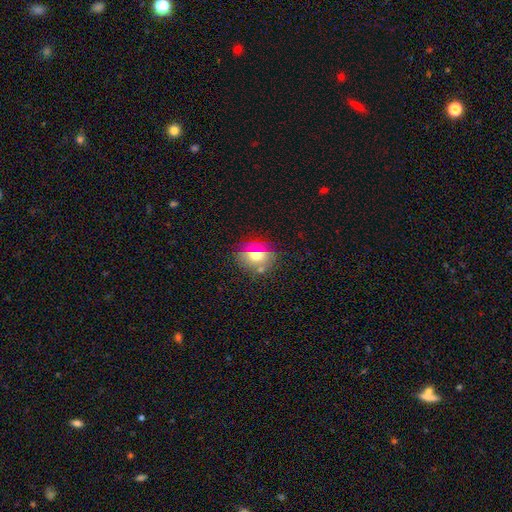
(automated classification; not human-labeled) Morphology: type=smooth (64%); roundness=round (67%); merging=none (83%).